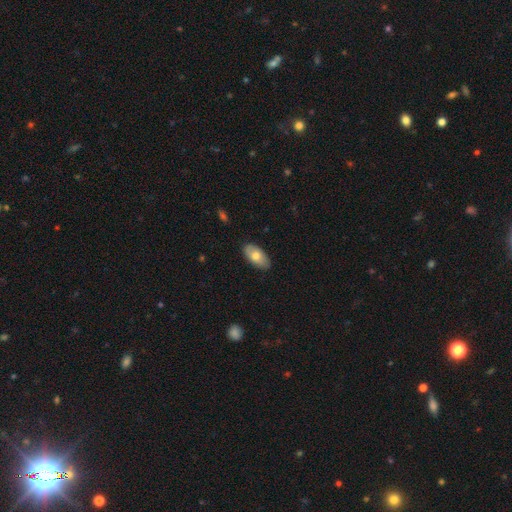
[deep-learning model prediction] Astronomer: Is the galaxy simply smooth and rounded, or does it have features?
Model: smooth — 69%.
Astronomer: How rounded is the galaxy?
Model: in between — 94%.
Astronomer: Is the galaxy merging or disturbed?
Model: none — 85%.